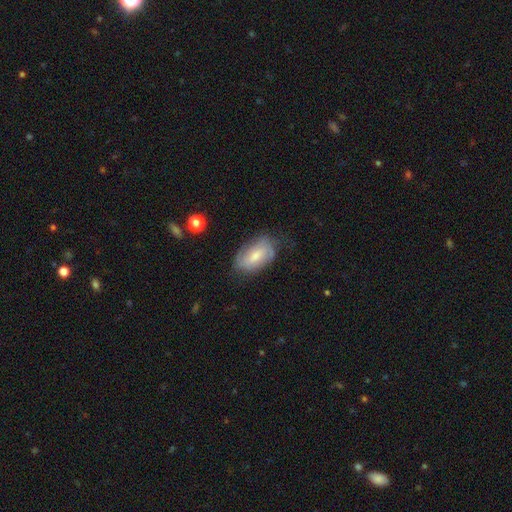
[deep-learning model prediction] Smooth or featured? Predicted: smooth (p=0.49). Merging? Predicted: none (p=0.59).